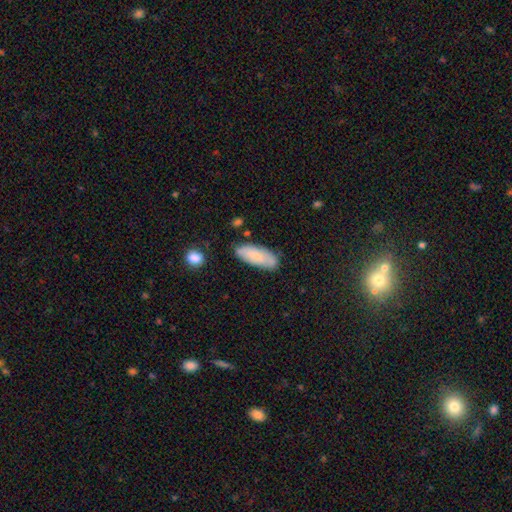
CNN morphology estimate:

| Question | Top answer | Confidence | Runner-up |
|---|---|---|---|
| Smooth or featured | smooth | 76% | featured or disk (17%) |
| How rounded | in between | 74% | cigar-shaped (24%) |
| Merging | none | 71% | minor disturbance (21%) |